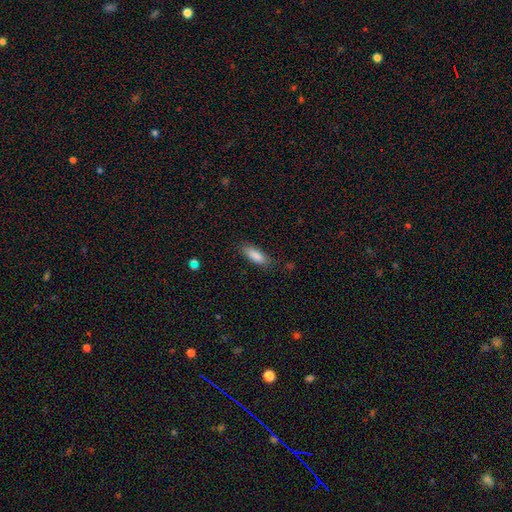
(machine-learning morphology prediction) Q: Smooth or featured?
A: smooth (86%); runner-up: featured or disk (7%)
Q: How rounded?
A: in between (64%); runner-up: cigar-shaped (35%)
Q: Merging?
A: none (80%); runner-up: minor disturbance (15%)